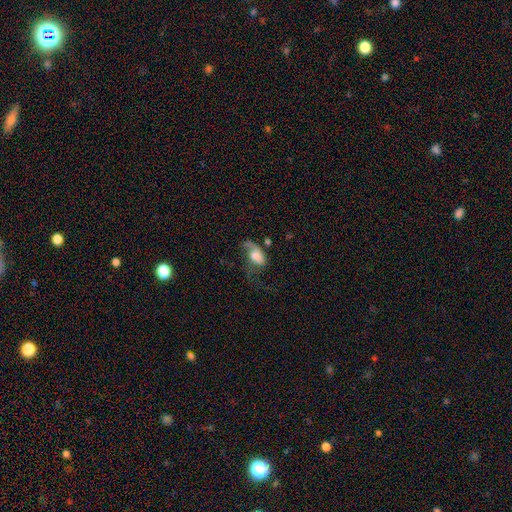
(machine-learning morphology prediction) featured or disk 46%, smooth 45%, star or artifact 9%. Down the decision tree: merging — major disturbance (50%).